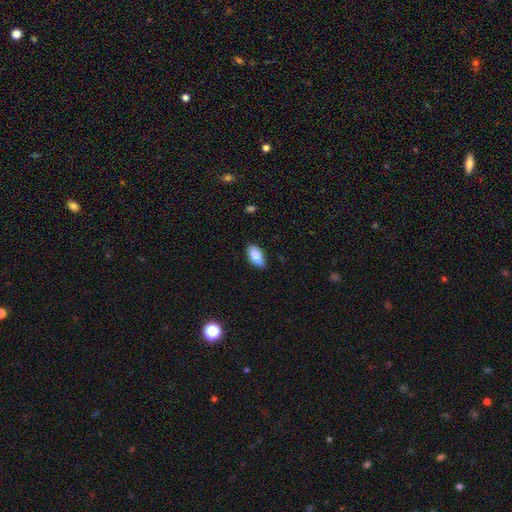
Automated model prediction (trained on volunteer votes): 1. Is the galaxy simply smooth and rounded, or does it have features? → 87% smooth, 6% star or artifact, 6% featured or disk.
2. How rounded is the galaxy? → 90% in between, 8% cigar-shaped, 2% round.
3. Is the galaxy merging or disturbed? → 81% none, 15% minor disturbance, 2% major disturbance, 1% merger.